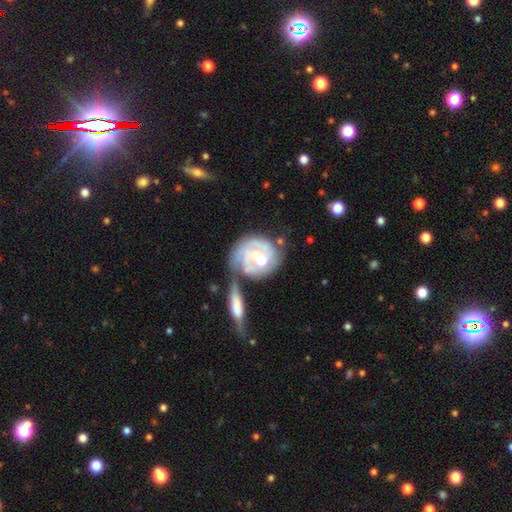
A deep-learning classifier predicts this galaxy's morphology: Smooth or featured? Predicted: featured or disk (p=0.76). Edge-on disk? Predicted: no (p=0.96). Bar? Predicted: no (p=0.64). Spiral arms? Predicted: yes (p=0.79). Spiral winding? Predicted: tight (p=0.62). Spiral arm count? Predicted: can't tell (p=0.40). Bulge size? Predicted: moderate (p=0.65). Merging? Predicted: merger (p=0.35).